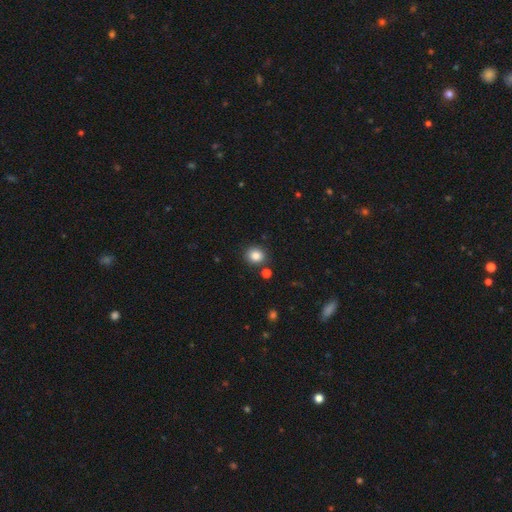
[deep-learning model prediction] smooth-or-featured: smooth: 84% | star or artifact: 11% | featured or disk: 5%
  how-rounded: round: 79% | in between: 20% | cigar-shaped: 1%
  merging: none: 84% | minor disturbance: 8% | merger: 5% | major disturbance: 2%